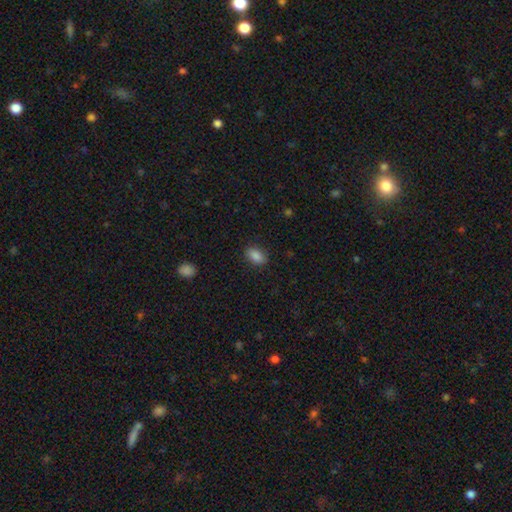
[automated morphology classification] Smooth or featured? smooth (87%)
How rounded? in between (87%)
Merging? none (86%)